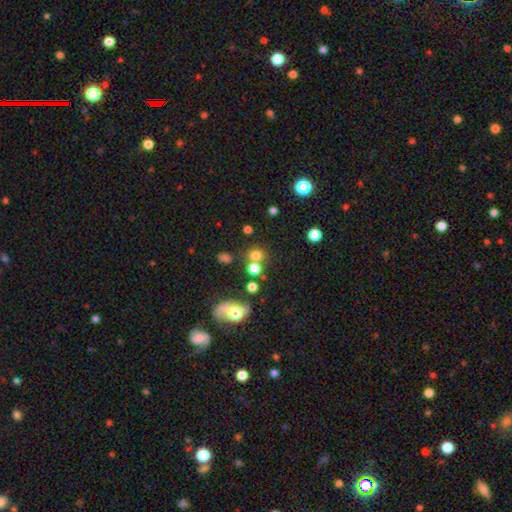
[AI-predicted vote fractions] Smooth or featured? Predicted: smooth (p=0.71). How rounded? Predicted: round (p=0.80). Merging? Predicted: none (p=0.60).